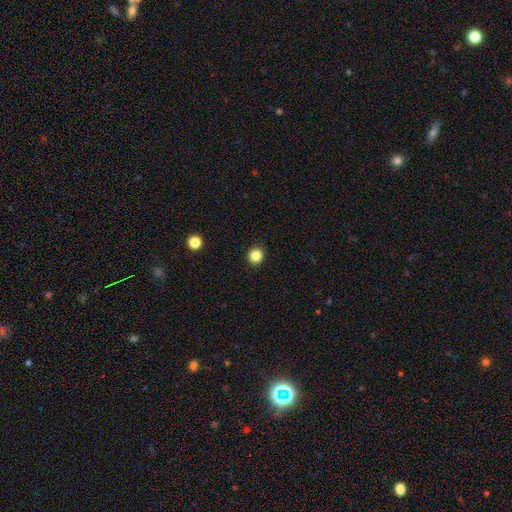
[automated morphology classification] Smooth or featured: smooth — 84% (star or artifact — 12%)
How rounded: round — 90% (in between — 10%)
Merging: none — 92% (minor disturbance — 5%)